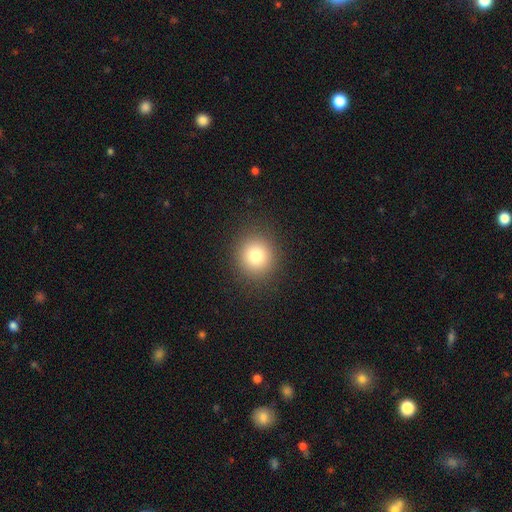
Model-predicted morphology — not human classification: type=smooth (81%); roundness=round (84%); merging=none (89%).